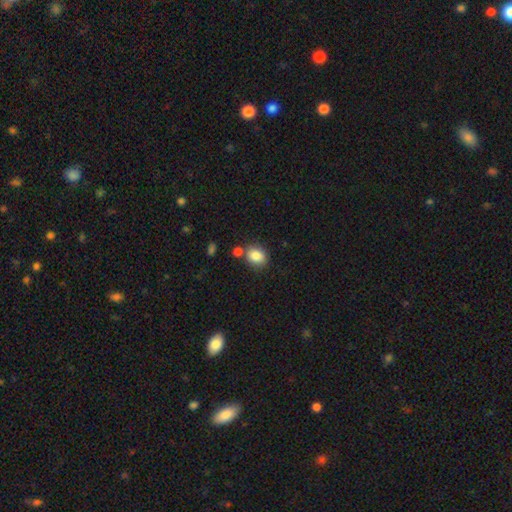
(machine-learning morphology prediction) smooth_or_featured: smooth (p=0.84) [alt: star or artifact p=0.09]
how_rounded: in between (p=0.50) [alt: round p=0.49]
merging: none (p=0.71) [alt: minor disturbance p=0.13]